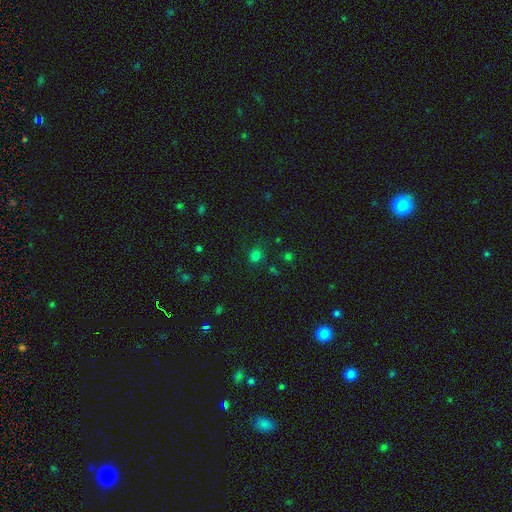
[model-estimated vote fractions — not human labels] The model was most divided on "smooth or featured": smooth: 73%, star or artifact: 23%, featured or disk: 4%. More confident: how rounded — round (76%); merging — none (75%).